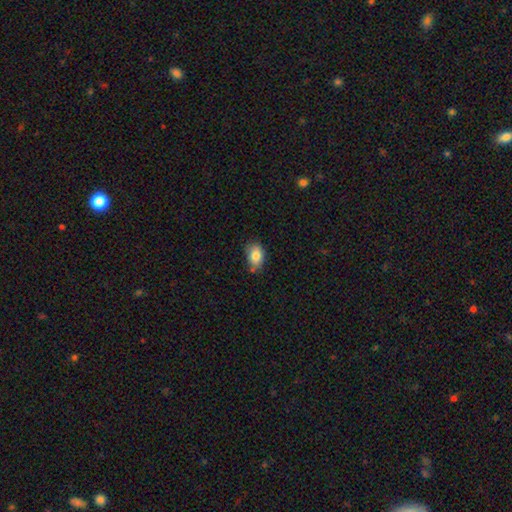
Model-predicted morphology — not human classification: Smooth or featured? smooth (84%)
How rounded? in between (82%)
Merging? none (68%)